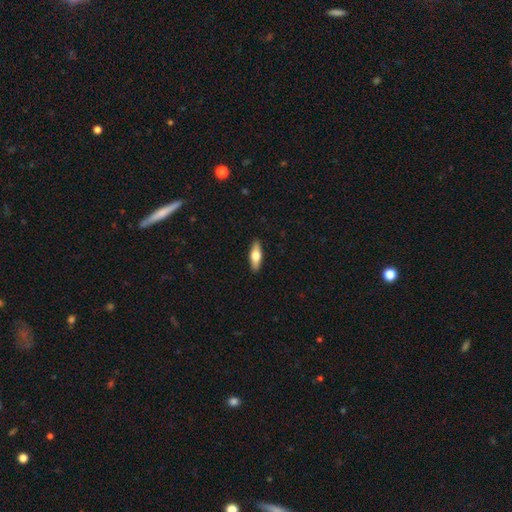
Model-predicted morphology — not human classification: smooth_or_featured: smooth (p=0.60) [alt: featured or disk p=0.35]
how_rounded: in between (p=0.55) [alt: cigar-shaped p=0.42]
merging: none (p=0.90) [alt: minor disturbance p=0.07]